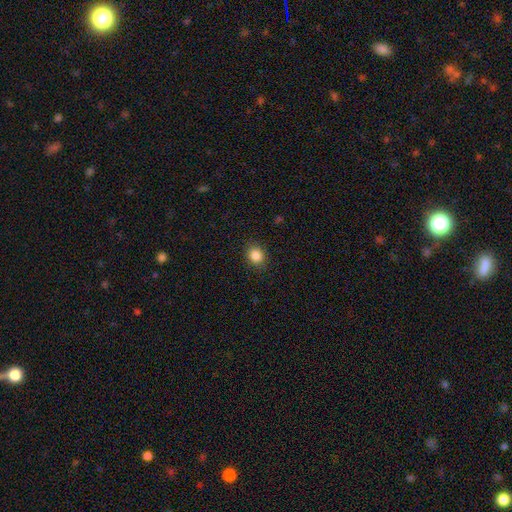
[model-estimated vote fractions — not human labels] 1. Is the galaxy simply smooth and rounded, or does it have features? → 85% smooth, 10% star or artifact, 4% featured or disk.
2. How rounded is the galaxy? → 72% round, 27% in between, 1% cigar-shaped.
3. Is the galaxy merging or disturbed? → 89% none, 8% minor disturbance, 2% major disturbance, 1% merger.